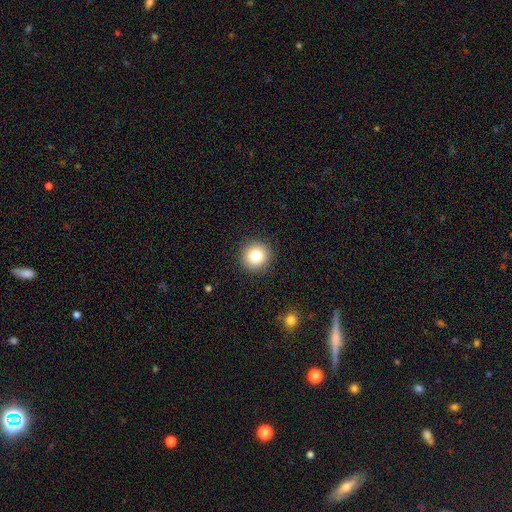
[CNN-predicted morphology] smooth 81%, star or artifact 11%, featured or disk 8%. Down the decision tree: how rounded — round (93%); merging — none (92%).